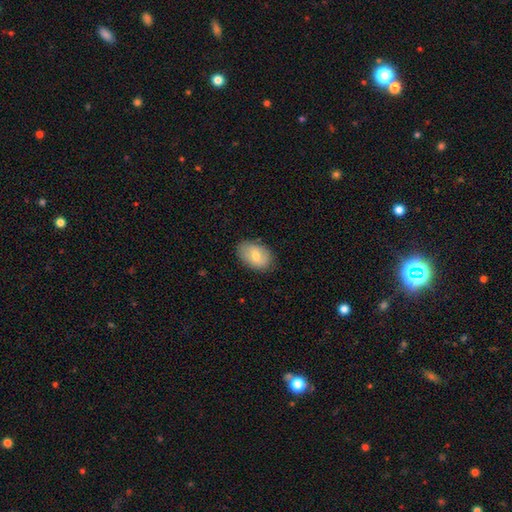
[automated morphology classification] smooth_or_featured: smooth (p=0.69) [alt: featured or disk p=0.24]
how_rounded: in between (p=0.87) [alt: round p=0.11]
merging: none (p=0.81) [alt: minor disturbance p=0.15]